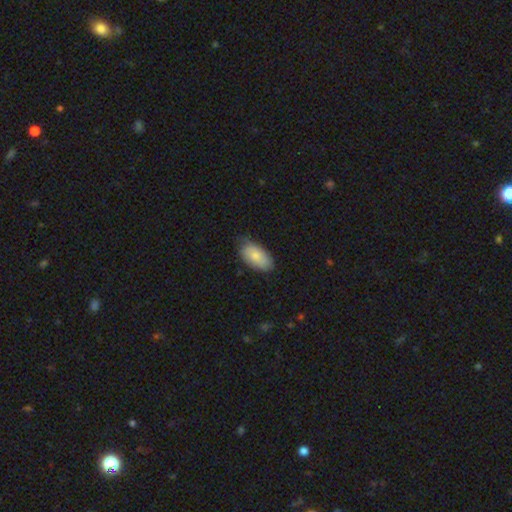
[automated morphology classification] This appears to be a smooth galaxy with no disk features (78%) that is in between round and cigar-shaped (94%). Merging: none (68%).